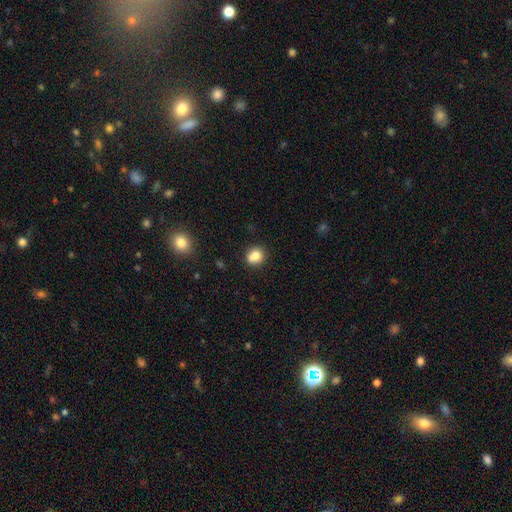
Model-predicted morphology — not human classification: A smooth galaxy with no disk features (80%) that is round (75%). Merging: none (59%).